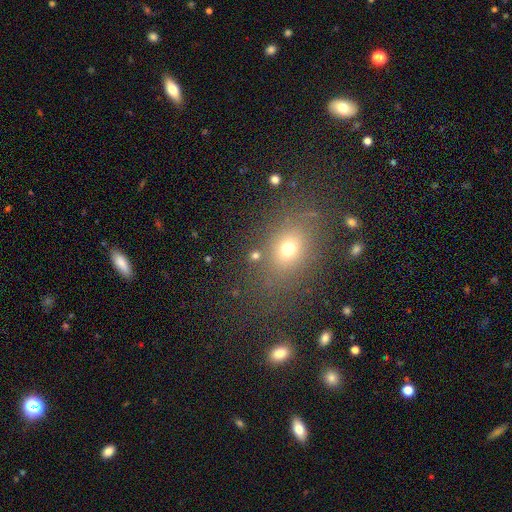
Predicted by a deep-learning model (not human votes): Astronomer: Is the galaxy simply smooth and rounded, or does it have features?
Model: smooth — 63%.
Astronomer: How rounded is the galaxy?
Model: in between — 49% (runner-up: round, 48%).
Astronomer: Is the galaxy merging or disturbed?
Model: none — 77%.